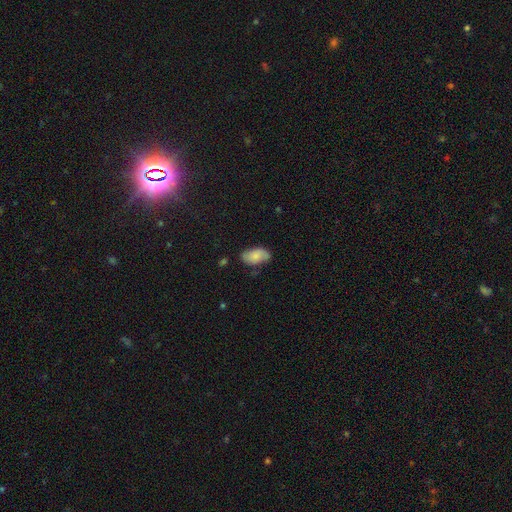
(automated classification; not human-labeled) smooth-or-featured: smooth: 72% | featured or disk: 21% | star or artifact: 8%
  how-rounded: in between: 94% | round: 4% | cigar-shaped: 2%
  merging: none: 69% | minor disturbance: 23% | major disturbance: 5% | merger: 2%